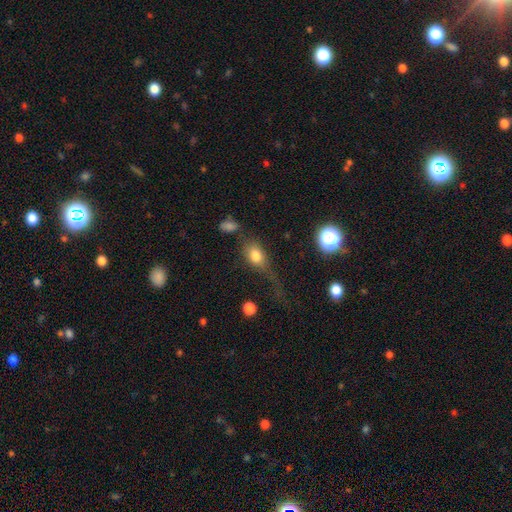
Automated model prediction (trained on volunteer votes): Overall: smooth (73%). How rounded: in between (72%). Merging: major disturbance (40%; none 29%).